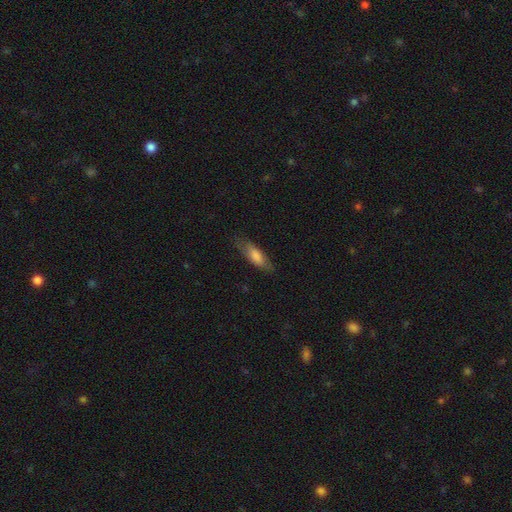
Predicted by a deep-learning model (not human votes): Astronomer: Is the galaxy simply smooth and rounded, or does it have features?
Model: smooth — 73%.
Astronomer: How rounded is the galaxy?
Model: in between — 60% (runner-up: cigar-shaped, 38%).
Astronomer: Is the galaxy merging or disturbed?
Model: none — 74%.